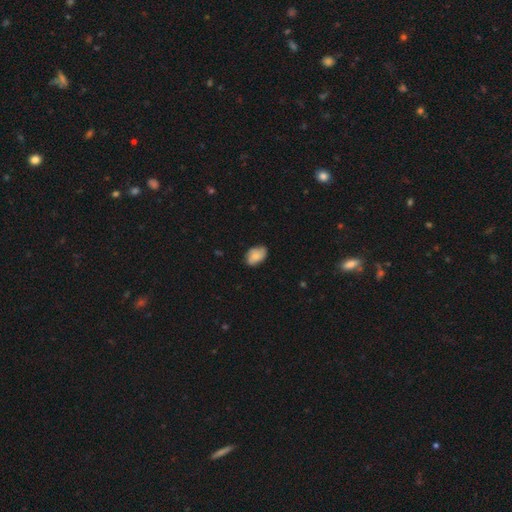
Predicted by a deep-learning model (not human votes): Smooth or featured?
  - smooth: 75% *
  - featured or disk: 17%
  - star or artifact: 7%
How rounded?
  - in between: 86% *
  - round: 12%
  - cigar-shaped: 1%
Merging?
  - none: 72% *
  - minor disturbance: 23%
  - major disturbance: 4%
  - merger: 1%